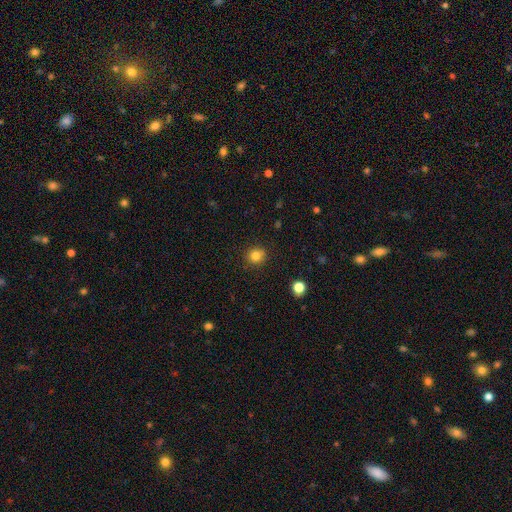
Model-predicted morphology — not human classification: smooth-or-featured: smooth: 82% | star or artifact: 12% | featured or disk: 5%
  how-rounded: round: 89% | in between: 10% | cigar-shaped: 1%
  merging: none: 88% | minor disturbance: 8% | major disturbance: 2% | merger: 2%